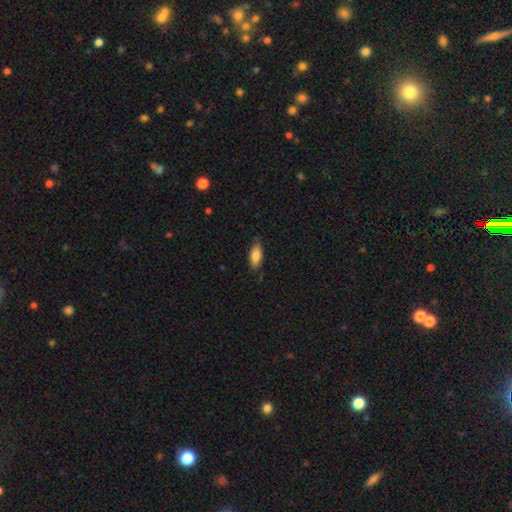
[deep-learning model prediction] smooth-or-featured: smooth: 83% | featured or disk: 11% | star or artifact: 7%
  how-rounded: in between: 84% | cigar-shaped: 14% | round: 2%
  merging: none: 79% | minor disturbance: 17% | major disturbance: 3% | merger: 1%